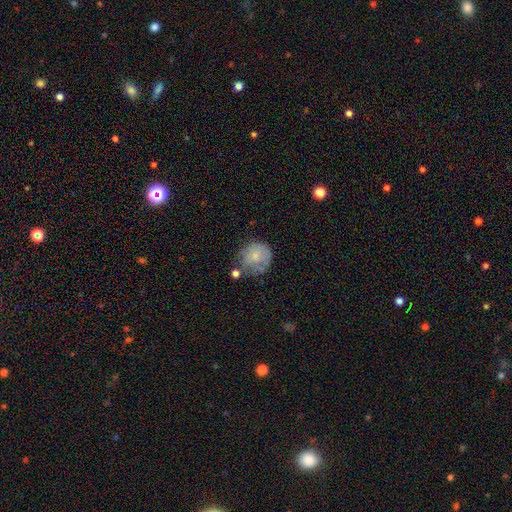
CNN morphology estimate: A smooth galaxy with no disk features (66%) that is round (82%).

Vote fractions:
- Smooth or featured? smooth: 66% / featured or disk: 26% / star or artifact: 8%
- How rounded? round: 82% / in between: 18% / cigar-shaped: 1%
- Merging? none: 45% / minor disturbance: 30% / major disturbance: 16% / merger: 9%